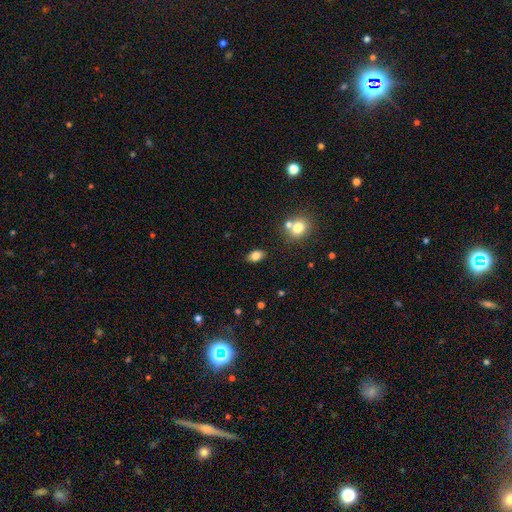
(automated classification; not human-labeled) A smooth galaxy with no disk features (81%) that is in between round and cigar-shaped (86%).

Vote fractions:
- Smooth or featured? smooth: 81% / star or artifact: 10% / featured or disk: 9%
- How rounded? in between: 86% / round: 11% / cigar-shaped: 2%
- Merging? none: 83% / minor disturbance: 10% / merger: 4% / major disturbance: 3%